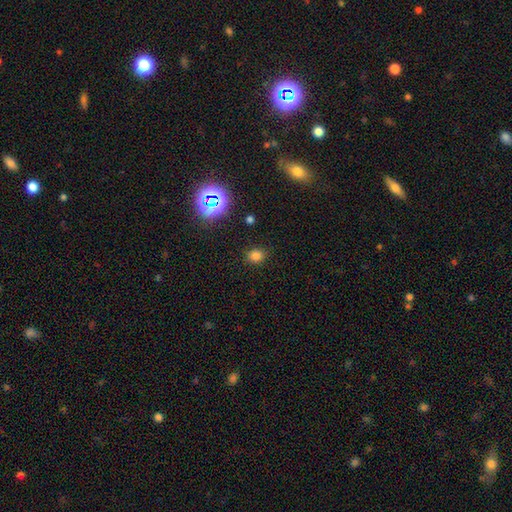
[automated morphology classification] A smooth galaxy with no disk features (75%) that is round (64%).

Vote fractions:
- Smooth or featured? smooth: 75% / star or artifact: 19% / featured or disk: 5%
- How rounded? round: 64% / in between: 35% / cigar-shaped: 1%
- Merging? none: 87% / minor disturbance: 9% / major disturbance: 3% / merger: 2%